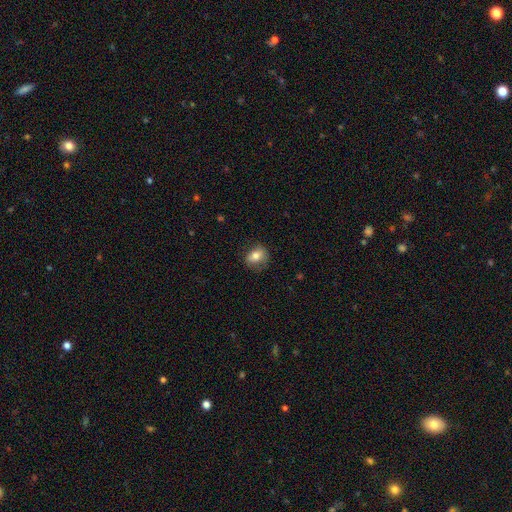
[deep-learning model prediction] Smooth or featured? Predicted: smooth (p=0.74). How rounded? Predicted: in between (p=0.51). Merging? Predicted: none (p=0.73).